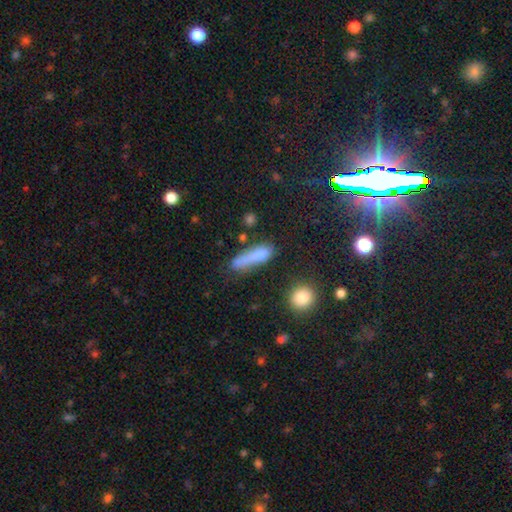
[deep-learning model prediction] This is likely a smooth galaxy (73%). How rounded: likely cigar-shaped (69%). Merging: possibly none (46%).